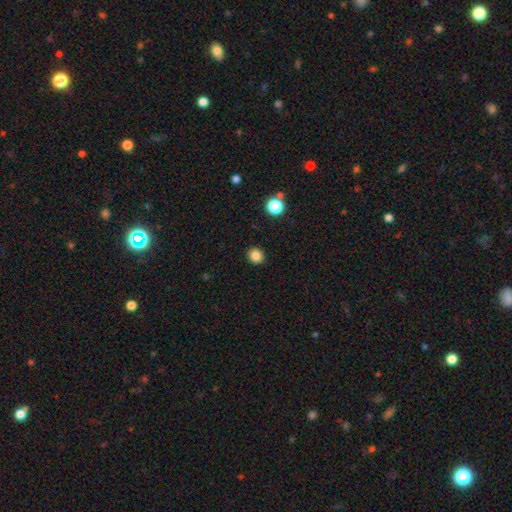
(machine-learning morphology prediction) Smooth or featured? smooth (84%)
How rounded? round (90%)
Merging? none (92%)